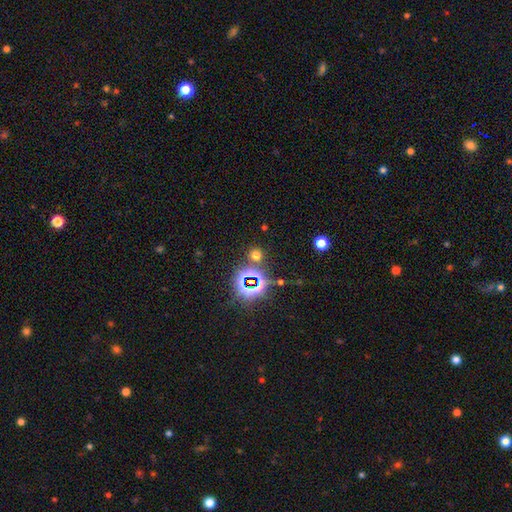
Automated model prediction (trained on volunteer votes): smooth_or_featured: smooth (p=0.56) [alt: star or artifact p=0.38]
how_rounded: round (p=0.87) [alt: in between p=0.11]
merging: none (p=0.79) [alt: merger p=0.10]